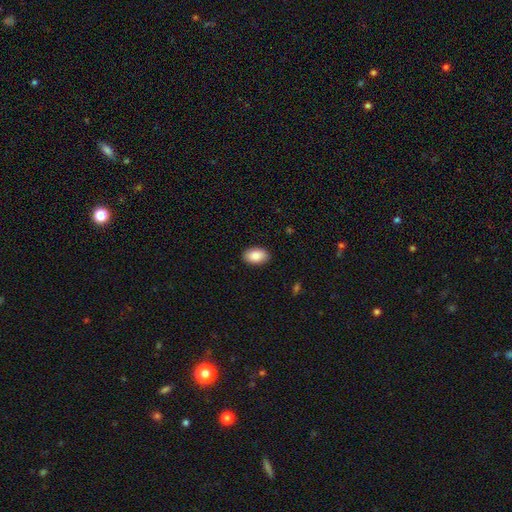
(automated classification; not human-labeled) A smooth galaxy with no disk features (88%) that is in between round and cigar-shaped (93%).

Vote fractions:
- Smooth or featured? smooth: 88% / star or artifact: 7% / featured or disk: 6%
- How rounded? in between: 93% / round: 6% / cigar-shaped: 1%
- Merging? none: 89% / minor disturbance: 8% / major disturbance: 2% / merger: 1%